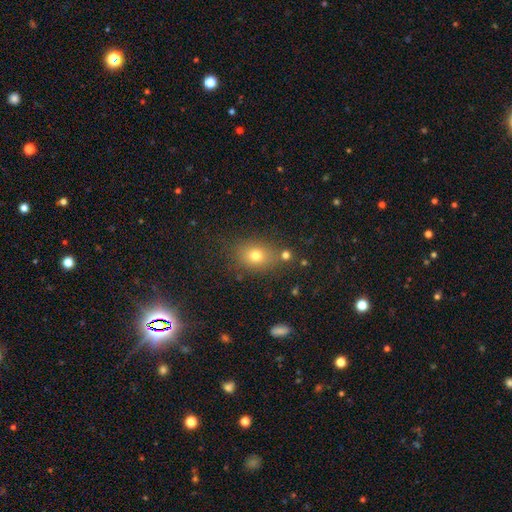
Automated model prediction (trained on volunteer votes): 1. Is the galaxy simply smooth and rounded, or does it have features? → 72% smooth, 16% star or artifact, 11% featured or disk.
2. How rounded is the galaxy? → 54% in between, 44% round, 2% cigar-shaped.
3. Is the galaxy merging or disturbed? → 76% none, 13% minor disturbance, 7% merger, 4% major disturbance.